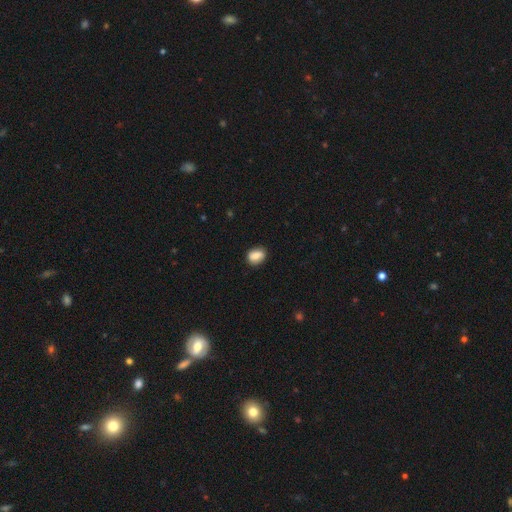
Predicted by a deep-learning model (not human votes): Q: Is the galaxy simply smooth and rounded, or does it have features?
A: smooth — 81%.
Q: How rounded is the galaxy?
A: in between — 64%.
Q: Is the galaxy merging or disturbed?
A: none — 81%.